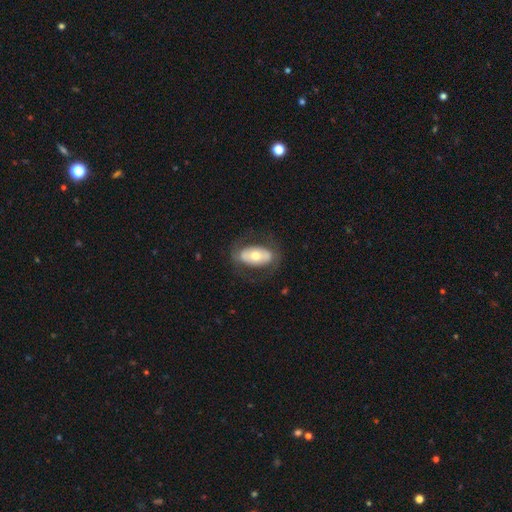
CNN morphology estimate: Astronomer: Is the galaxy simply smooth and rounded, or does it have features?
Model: smooth — 50% (runner-up: featured or disk, 44%).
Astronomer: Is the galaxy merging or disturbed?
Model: none — 75%.